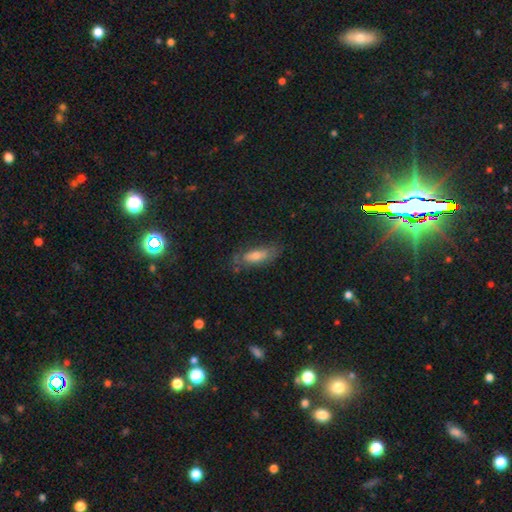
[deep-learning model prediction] A smooth galaxy with no disk features (51%) that is in between round and cigar-shaped (65%).

Vote fractions:
- Smooth or featured? smooth: 51% / featured or disk: 36% / star or artifact: 13%
- How rounded? in between: 65% / cigar-shaped: 31% / round: 3%
- Merging? none: 67% / minor disturbance: 22% / major disturbance: 9% / merger: 2%